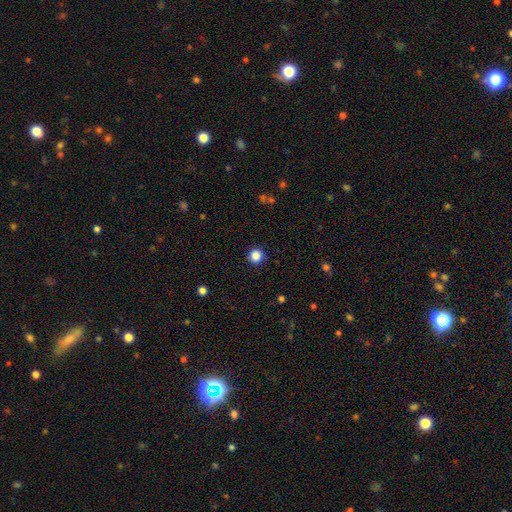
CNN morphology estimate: Smooth or featured: smooth — 86% (star or artifact — 11%)
How rounded: round — 94% (in between — 5%)
Merging: none — 92% (minor disturbance — 5%)